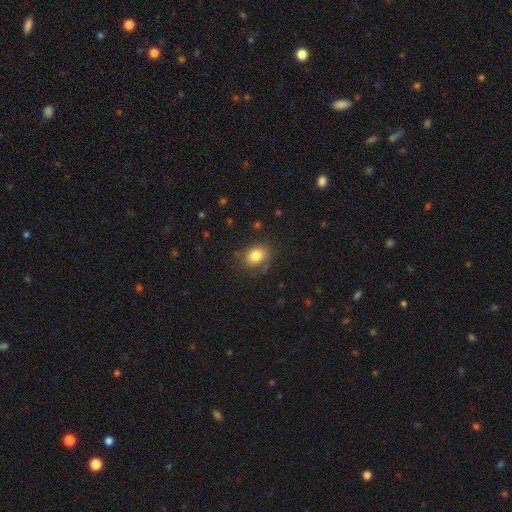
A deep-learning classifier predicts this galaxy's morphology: Smooth or featured? Predicted: smooth (p=0.82). How rounded? Predicted: in between (p=0.56). Merging? Predicted: none (p=0.78).